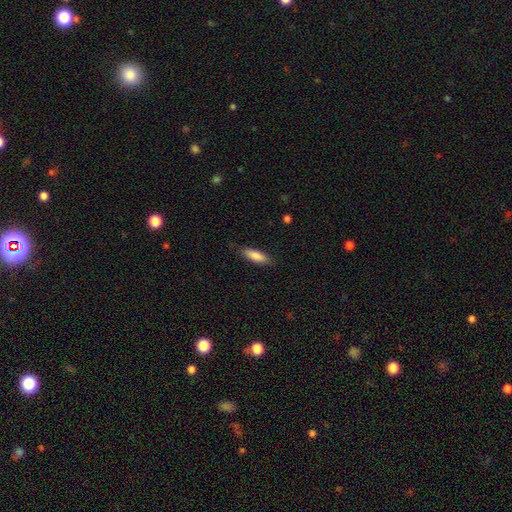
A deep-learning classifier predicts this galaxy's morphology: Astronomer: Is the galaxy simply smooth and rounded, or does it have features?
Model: smooth — 86%.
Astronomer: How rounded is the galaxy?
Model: in between — 55% (runner-up: cigar-shaped, 43%).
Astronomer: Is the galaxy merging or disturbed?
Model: none — 84%.